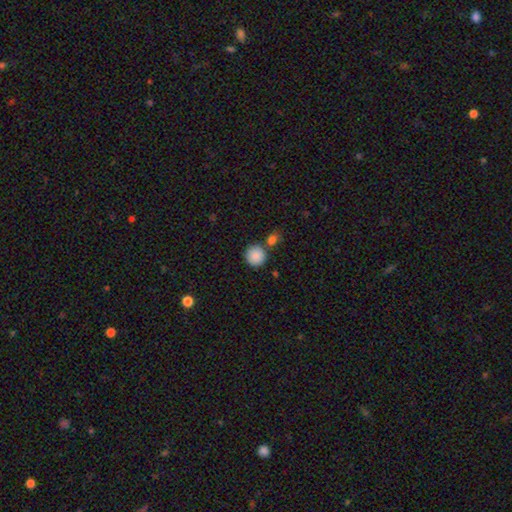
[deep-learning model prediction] smooth-or-featured: smooth: 88% | star or artifact: 8% | featured or disk: 4%
  how-rounded: round: 94% | in between: 5% | cigar-shaped: 1%
  merging: none: 76% | merger: 14% | minor disturbance: 8% | major disturbance: 3%